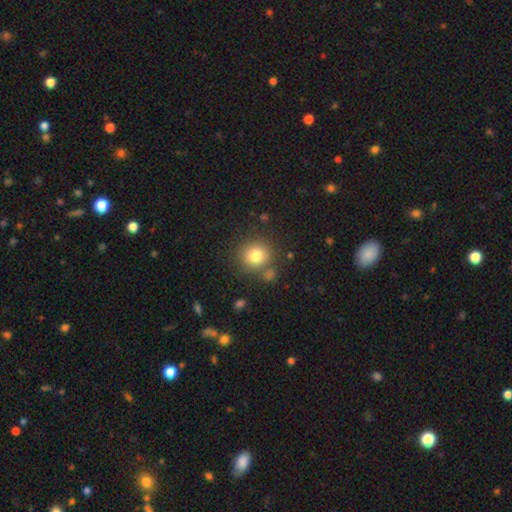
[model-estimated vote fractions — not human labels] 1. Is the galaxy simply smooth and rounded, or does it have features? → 81% smooth, 11% star or artifact, 8% featured or disk.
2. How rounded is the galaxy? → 90% round, 9% in between, 1% cigar-shaped.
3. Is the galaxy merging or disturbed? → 77% none, 10% minor disturbance, 9% merger, 4% major disturbance.